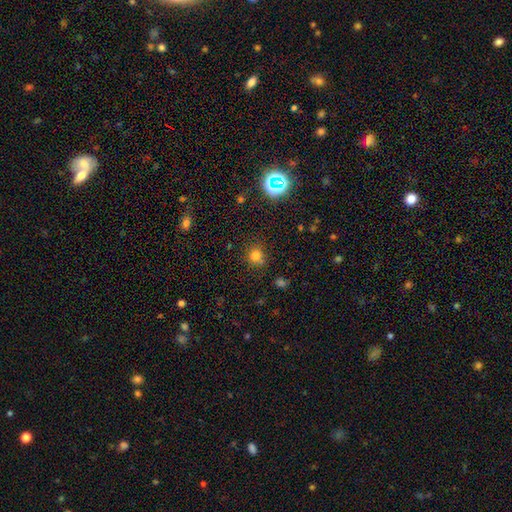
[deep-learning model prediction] A smooth galaxy with no disk features (75%) that is round (87%).

Vote fractions:
- Smooth or featured? smooth: 75% / star or artifact: 19% / featured or disk: 6%
- How rounded? round: 87% / in between: 12% / cigar-shaped: 1%
- Merging? none: 77% / minor disturbance: 12% / merger: 7% / major disturbance: 4%